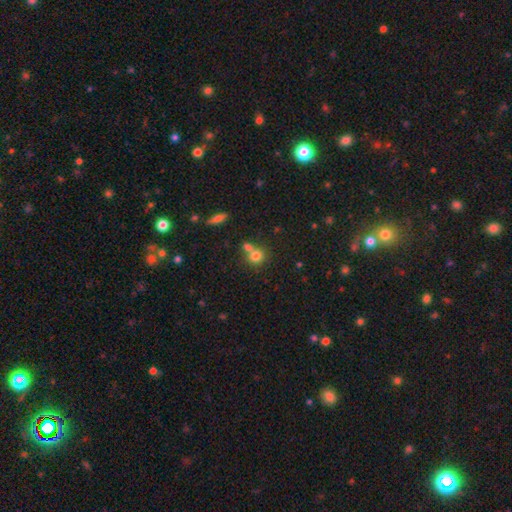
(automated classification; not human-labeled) The model was most divided on "merging": none: 45%, merger: 44%, minor disturbance: 8%, major disturbance: 3%. More confident: how rounded — round (80%); smooth or featured — smooth (77%).